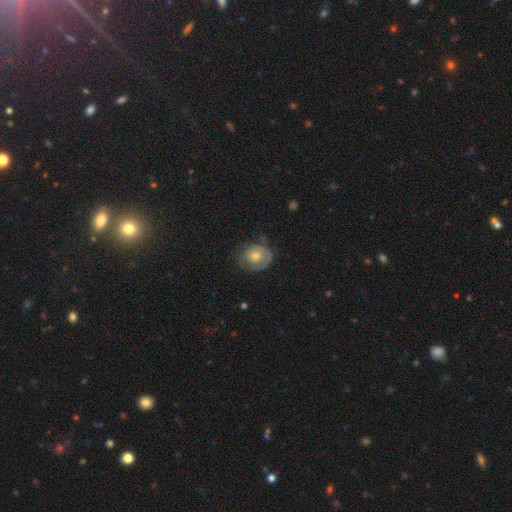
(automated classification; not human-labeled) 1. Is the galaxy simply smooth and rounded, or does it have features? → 52% featured or disk, 39% smooth, 9% star or artifact.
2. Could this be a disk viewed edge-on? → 96% no, 4% yes.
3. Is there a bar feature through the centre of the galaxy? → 83% no, 15% weak, 2% strong.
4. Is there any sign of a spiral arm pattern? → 69% yes, 31% no.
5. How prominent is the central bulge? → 59% moderate, 29% small, 8% large, 3% none, 1% dominant.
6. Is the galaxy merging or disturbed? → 65% none, 22% minor disturbance, 11% major disturbance, 2% merger.